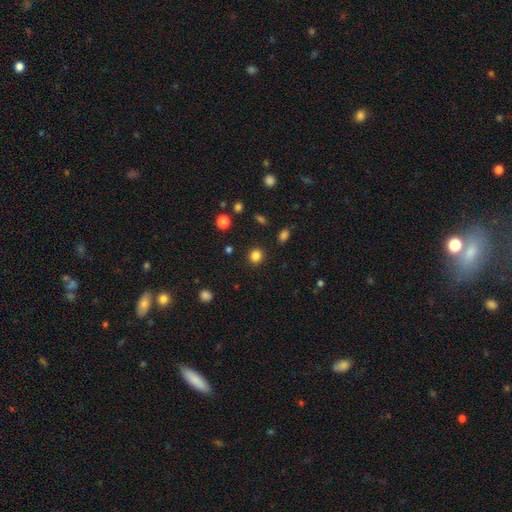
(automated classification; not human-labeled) Smooth or featured?
  - smooth: 83% *
  - star or artifact: 13%
  - featured or disk: 4%
How rounded?
  - round: 87% *
  - in between: 12%
  - cigar-shaped: 1%
Merging?
  - none: 90% *
  - minor disturbance: 6%
  - major disturbance: 2%
  - merger: 2%